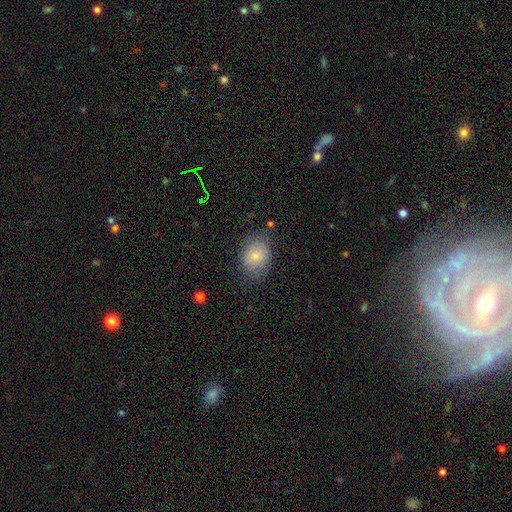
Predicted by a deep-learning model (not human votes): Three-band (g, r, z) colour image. It shows a smooth galaxy with no disk features (79%) that is in between round and cigar-shaped (63%). Merging: none (70%).